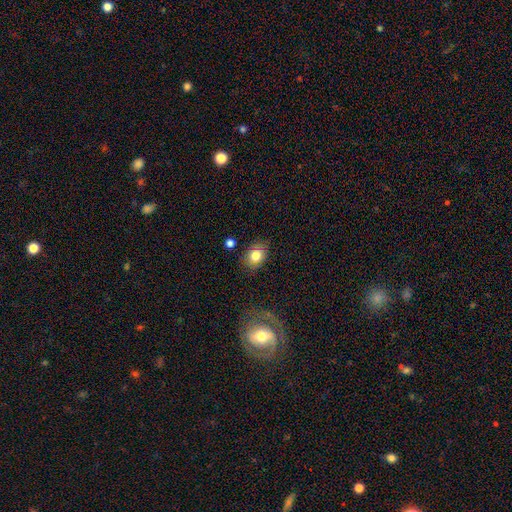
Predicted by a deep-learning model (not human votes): Morphology: type=smooth (78%); roundness=in between (62%); merging=none (81%).